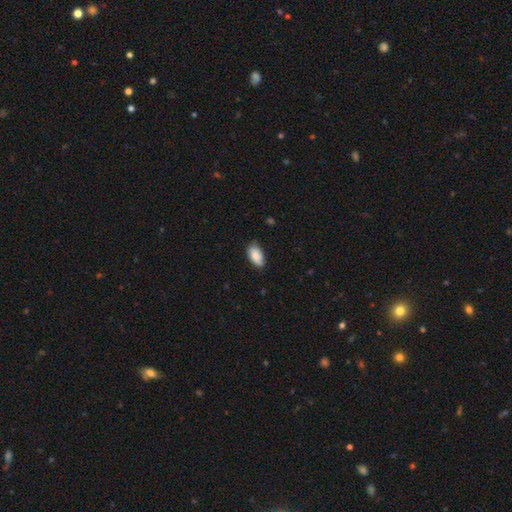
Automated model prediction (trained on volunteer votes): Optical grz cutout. It shows a smooth galaxy with no disk features (86%) that is in between round and cigar-shaped (94%). Merging: none (74%).